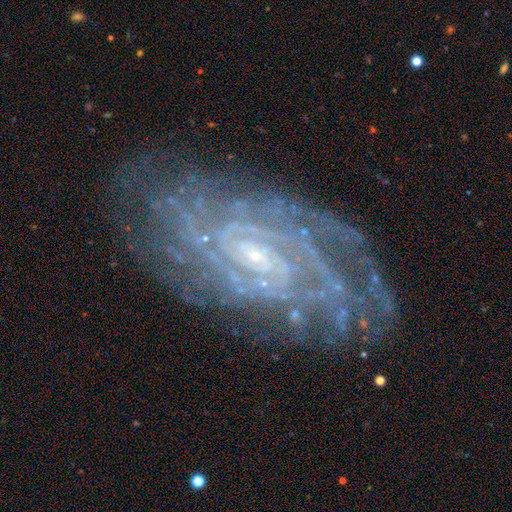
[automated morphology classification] smooth-or-featured: featured or disk: 86% | star or artifact: 8% | smooth: 6%
  disk-edge-on: no: 95% | yes: 5%
    bar: weak: 48% | no: 34% | strong: 18%
    has-spiral-arms: yes: 97% | no: 3%
      spiral-winding: tight: 76% | medium: 20% | loose: 4%
      spiral-arm-count: can't tell: 34% | more than 4: 19% | 4: 17% | 3: 11% | 2: 11% | 1: 8%
    bulge-size: small: 71% | moderate: 22% | none: 4% | large: 2% | dominant: 1%
  merging: none: 80% | minor disturbance: 14% | major disturbance: 5% | merger: 1%